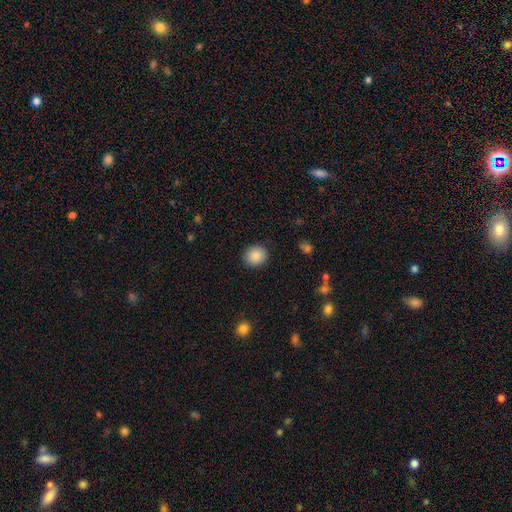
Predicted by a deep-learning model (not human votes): Smooth or featured?
  - smooth: 88% *
  - star or artifact: 8%
  - featured or disk: 4%
How rounded?
  - round: 75% *
  - in between: 24%
  - cigar-shaped: 1%
Merging?
  - none: 88% *
  - minor disturbance: 8%
  - major disturbance: 2%
  - merger: 1%